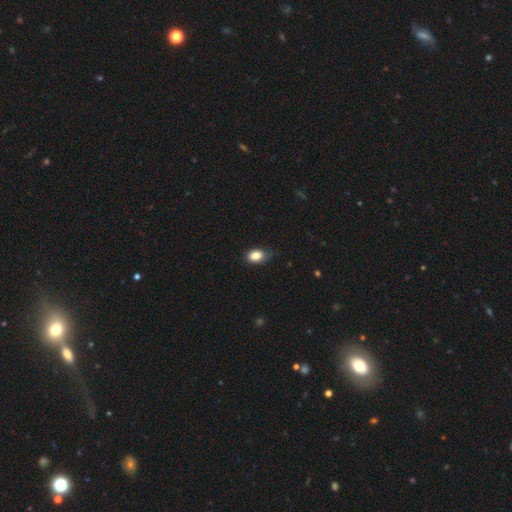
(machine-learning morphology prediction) Smooth or featured: smooth — 85% (star or artifact — 9%)
How rounded: in between — 84% (round — 15%)
Merging: none — 70% (minor disturbance — 25%)